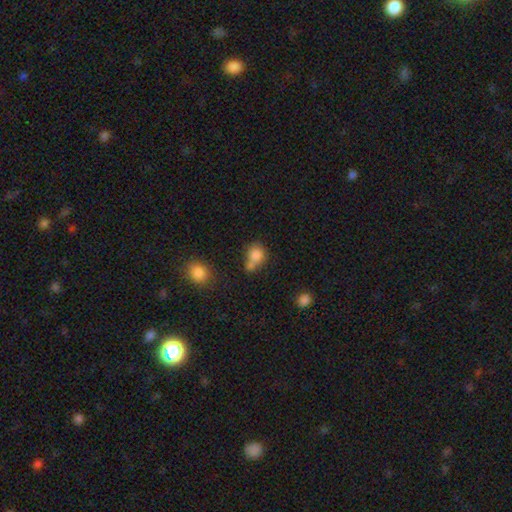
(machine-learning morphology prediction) smooth_or_featured: smooth (p=0.80) [alt: star or artifact p=0.11]
how_rounded: round (p=0.68) [alt: in between p=0.31]
merging: merger (p=0.41) [alt: none p=0.40]